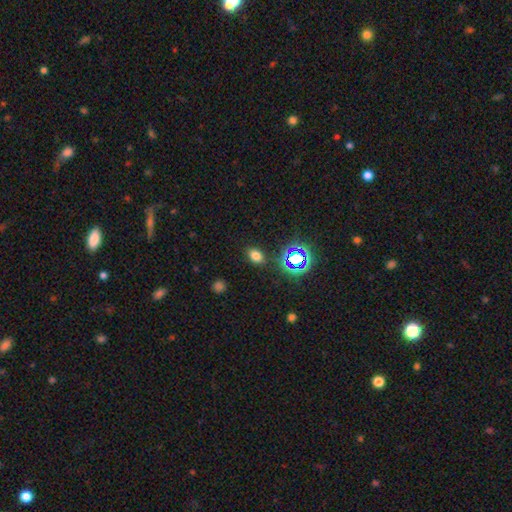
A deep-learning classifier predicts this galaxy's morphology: Overall: smooth (68%). How rounded: in between (79%). Merging: none (85%).